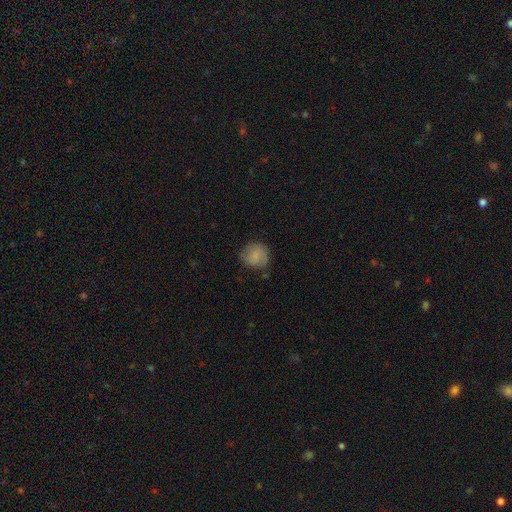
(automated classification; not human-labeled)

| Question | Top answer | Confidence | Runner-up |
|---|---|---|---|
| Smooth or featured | smooth | 78% | featured or disk (14%) |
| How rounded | round | 84% | in between (15%) |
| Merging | none | 72% | minor disturbance (20%) |